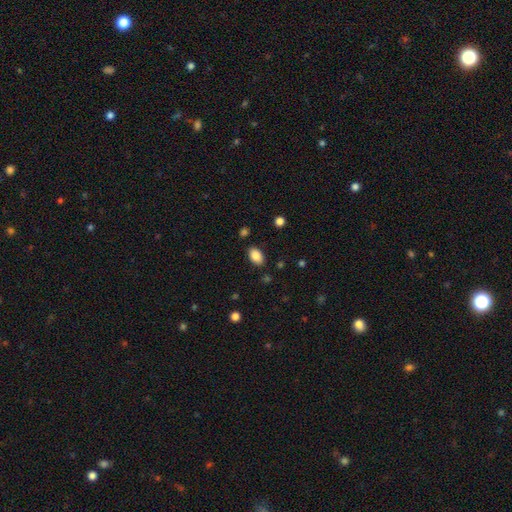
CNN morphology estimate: Smooth or featured: smooth — 86% (star or artifact — 8%)
How rounded: in between — 92% (round — 7%)
Merging: none — 85% (minor disturbance — 10%)